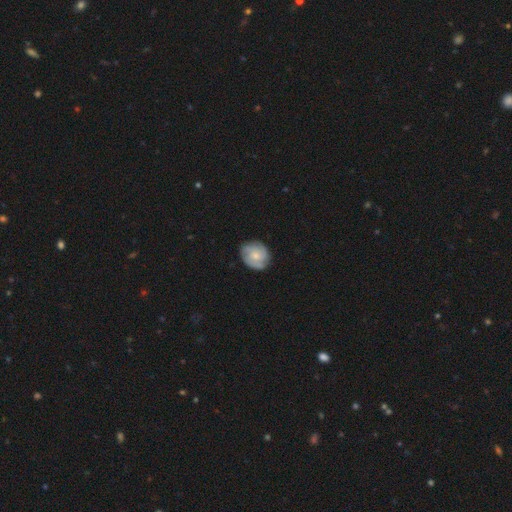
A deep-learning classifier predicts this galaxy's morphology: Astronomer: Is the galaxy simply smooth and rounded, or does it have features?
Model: featured or disk — 63%.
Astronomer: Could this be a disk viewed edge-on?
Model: no — 98%.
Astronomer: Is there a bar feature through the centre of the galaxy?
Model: no — 73%.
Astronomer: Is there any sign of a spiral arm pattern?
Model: yes — 92%.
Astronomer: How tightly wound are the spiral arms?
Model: tight — 57% (runner-up: medium, 35%).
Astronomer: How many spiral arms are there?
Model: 3 — 42% (runner-up: 2, 22%).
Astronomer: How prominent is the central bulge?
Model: small — 49% (runner-up: moderate, 40%).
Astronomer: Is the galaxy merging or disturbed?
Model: none — 79%.